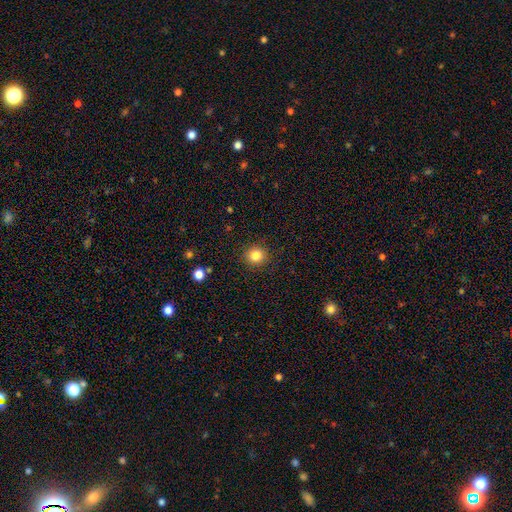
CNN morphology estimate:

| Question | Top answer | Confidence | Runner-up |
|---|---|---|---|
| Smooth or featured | smooth | 84% | star or artifact (11%) |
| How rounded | round | 91% | in between (8%) |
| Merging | none | 90% | minor disturbance (6%) |